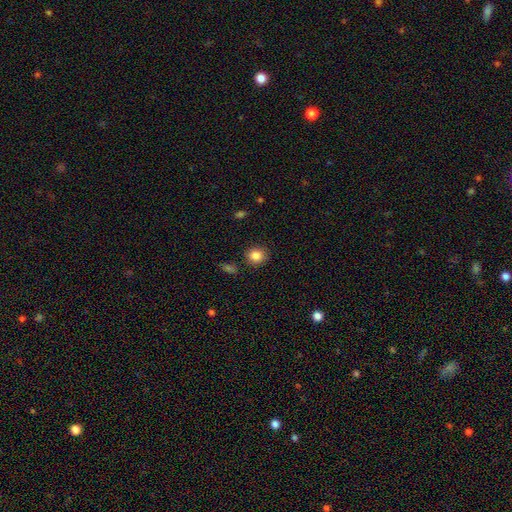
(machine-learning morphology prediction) Smooth or featured?
  - smooth: 85% *
  - star or artifact: 10%
  - featured or disk: 5%
How rounded?
  - round: 82% *
  - in between: 17%
  - cigar-shaped: 1%
Merging?
  - none: 87% *
  - minor disturbance: 8%
  - merger: 3%
  - major disturbance: 2%